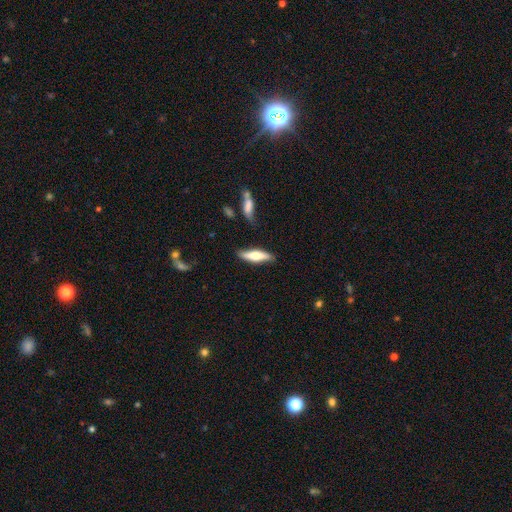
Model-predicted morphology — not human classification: Smooth or featured? Predicted: smooth (p=0.56). How rounded? Predicted: cigar-shaped (p=0.69). Merging? Predicted: none (p=0.78).